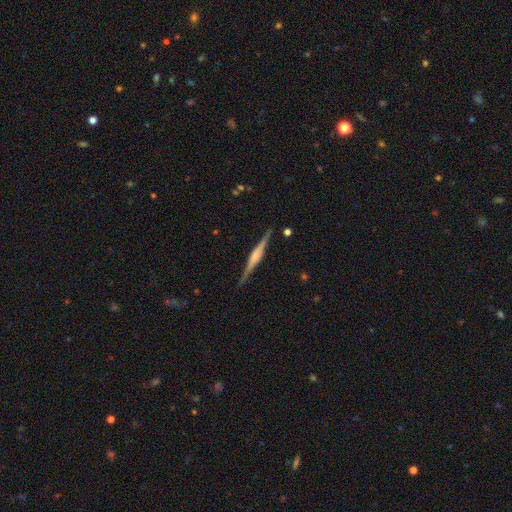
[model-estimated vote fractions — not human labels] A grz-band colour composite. It shows a featured or disk galaxy (80%) viewed edge-on (98%) with a rounded central bulge (61%). Merging: none (89%).